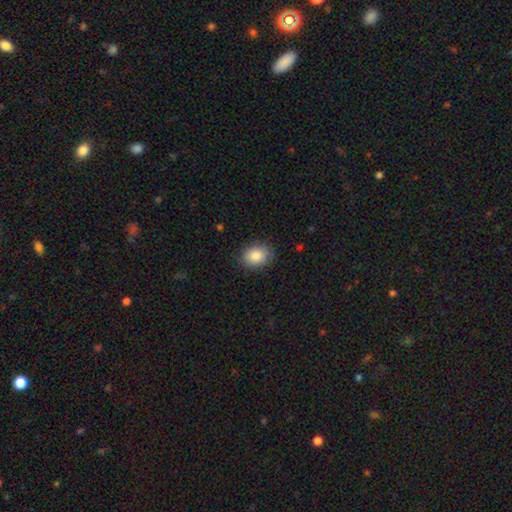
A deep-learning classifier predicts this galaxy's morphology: smooth-or-featured: smooth: 87% | star or artifact: 8% | featured or disk: 5%
  how-rounded: in between: 59% | round: 40% | cigar-shaped: 1%
  merging: none: 86% | minor disturbance: 10% | major disturbance: 2% | merger: 1%